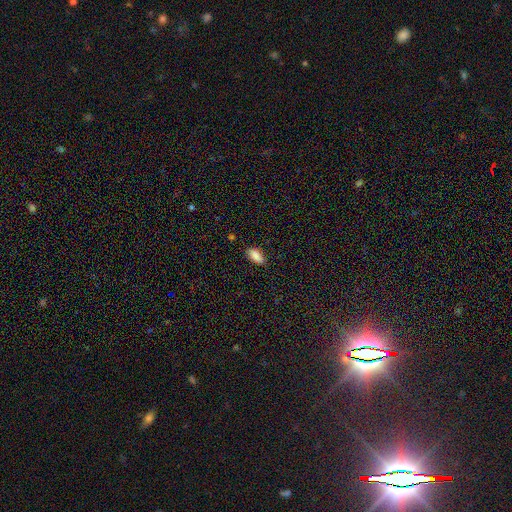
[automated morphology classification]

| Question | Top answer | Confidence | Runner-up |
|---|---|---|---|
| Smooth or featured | smooth | 87% | star or artifact (8%) |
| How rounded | in between | 89% | cigar-shaped (8%) |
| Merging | none | 83% | minor disturbance (14%) |